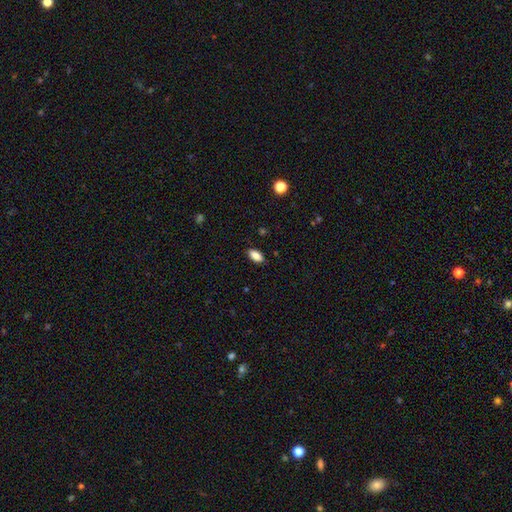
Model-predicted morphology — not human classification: Smooth or featured: smooth — 87% (star or artifact — 8%)
How rounded: in between — 90% (cigar-shaped — 6%)
Merging: none — 88% (minor disturbance — 9%)